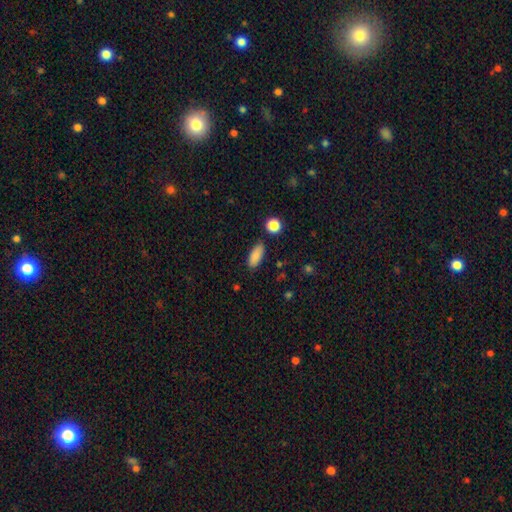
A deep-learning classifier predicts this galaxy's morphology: A smooth galaxy with no disk features (87%) that is in between round and cigar-shaped (85%). Merging: none (83%).